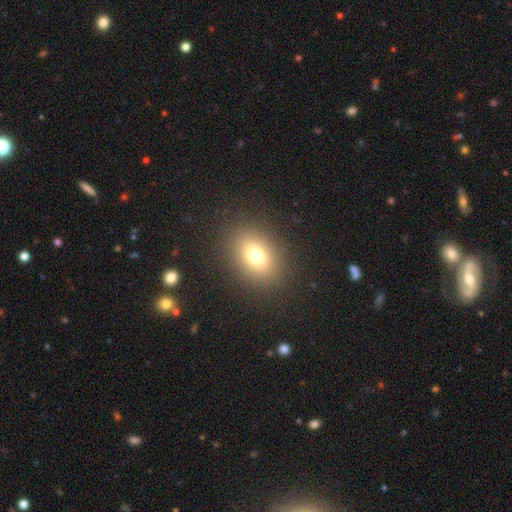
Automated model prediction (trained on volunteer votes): Morphology: type=smooth (74%); roundness=in between (64%); merging=none (87%).